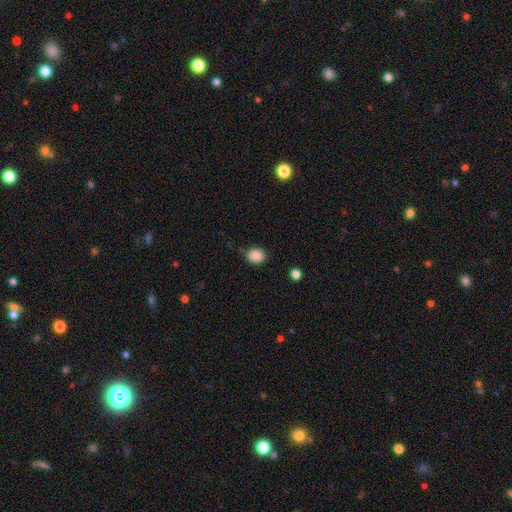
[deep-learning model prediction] Smooth or featured?
  - smooth: 88% *
  - star or artifact: 9%
  - featured or disk: 3%
How rounded?
  - round: 61% *
  - in between: 38%
  - cigar-shaped: 1%
Merging?
  - none: 84% *
  - minor disturbance: 12%
  - major disturbance: 3%
  - merger: 2%